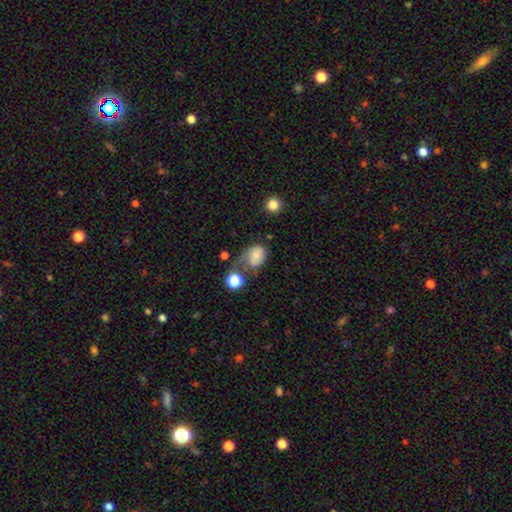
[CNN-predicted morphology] A smooth galaxy with no disk features (65%) that is in between round and cigar-shaped (58%). Merging: major disturbance (36%).